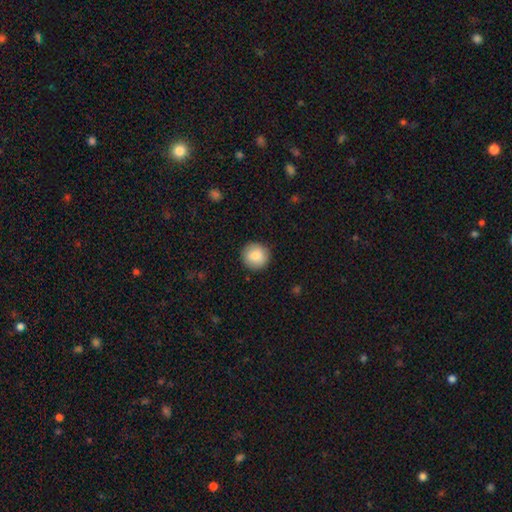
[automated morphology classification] Overall: smooth (86%). How rounded: round (94%). Merging: none (90%).